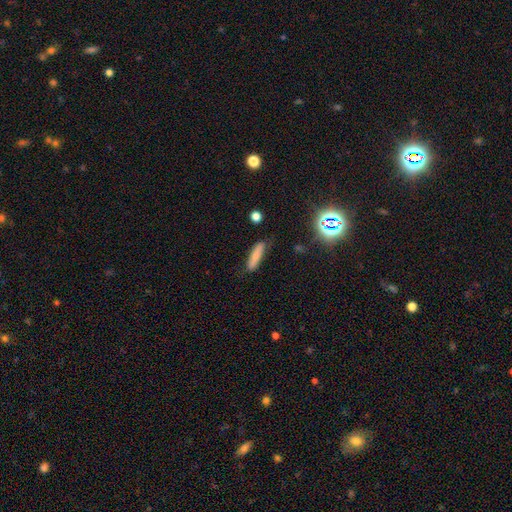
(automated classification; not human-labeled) Smooth or featured?
  - smooth: 77% *
  - featured or disk: 13%
  - star or artifact: 9%
How rounded?
  - cigar-shaped: 78% *
  - in between: 20%
  - round: 2%
Merging?
  - none: 78% *
  - minor disturbance: 17%
  - major disturbance: 4%
  - merger: 2%